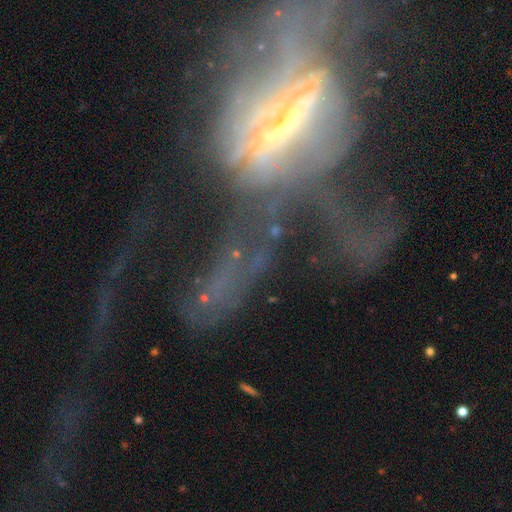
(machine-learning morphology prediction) type=featured or disk (69%); edge-on=no (70%); merging=major disturbance (51%).